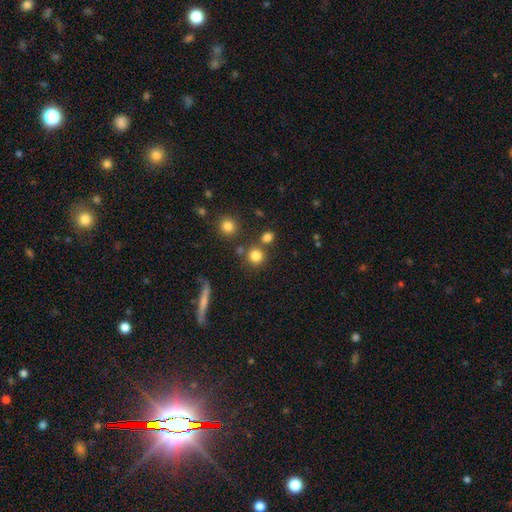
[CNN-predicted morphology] A smooth galaxy with no disk features (80%) that is round (91%).

Vote fractions:
- Smooth or featured? smooth: 80% / star or artifact: 13% / featured or disk: 7%
- How rounded? round: 91% / in between: 8% / cigar-shaped: 1%
- Merging? none: 73% / merger: 16% / minor disturbance: 8% / major disturbance: 3%